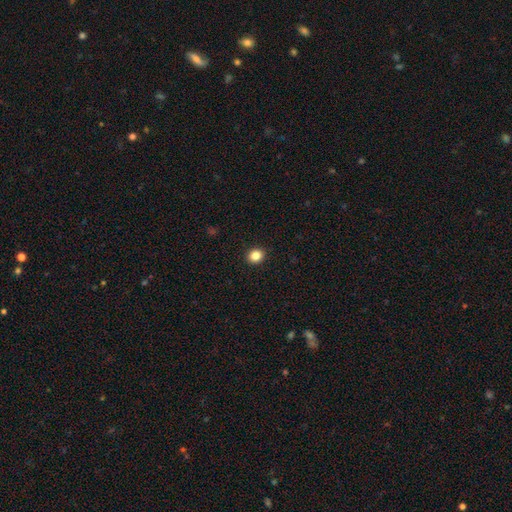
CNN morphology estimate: This is clearly a smooth galaxy (84%). How rounded: likely round (77%). Merging: clearly none (92%).